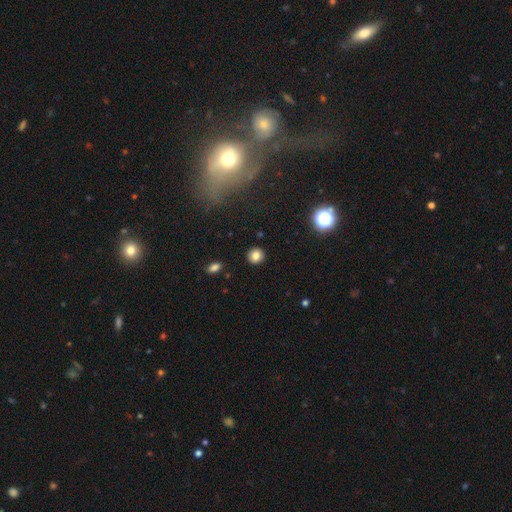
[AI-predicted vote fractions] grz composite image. It shows a smooth galaxy with no disk features (82%) that is round (87%). Merging: none (90%).